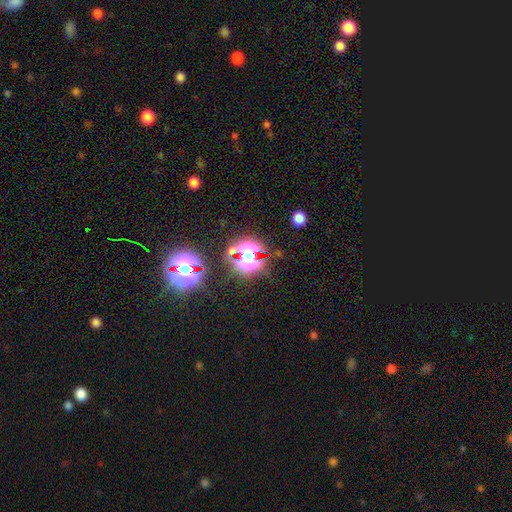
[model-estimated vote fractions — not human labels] Smooth or featured: star or artifact — 56% (smooth — 32%)